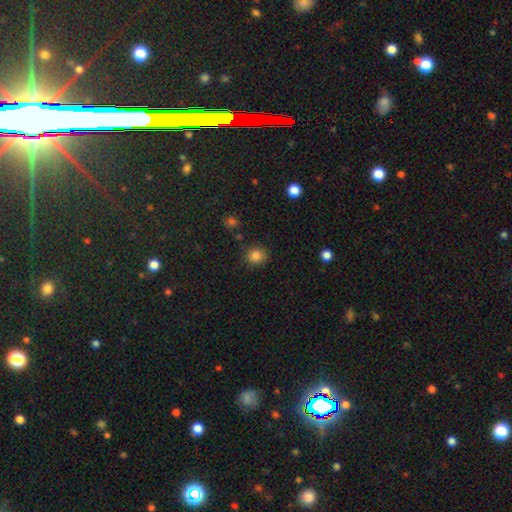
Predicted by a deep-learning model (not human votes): This is clearly a smooth galaxy (84%). How rounded: clearly round (83%). Merging: clearly none (85%).